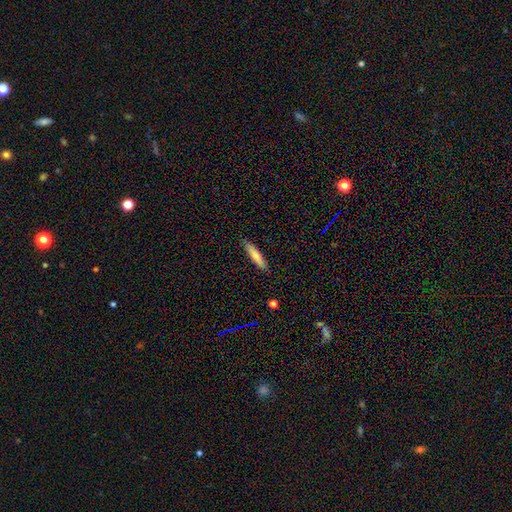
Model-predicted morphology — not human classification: Smooth or featured? Predicted: smooth (p=0.76). How rounded? Predicted: cigar-shaped (p=0.85). Merging? Predicted: none (p=0.88).